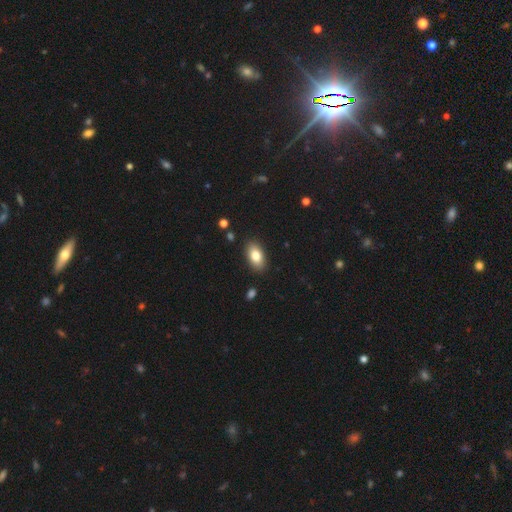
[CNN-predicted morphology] This is clearly a smooth galaxy (82%). How rounded: clearly in between (92%). Merging: clearly none (88%).